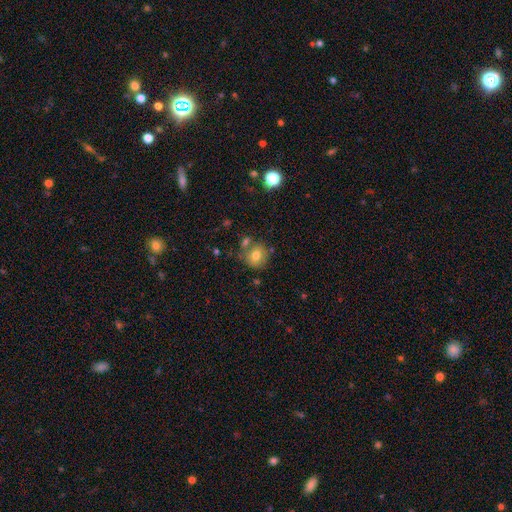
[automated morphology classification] Smooth or featured?
  - smooth: 73% *
  - featured or disk: 16%
  - star or artifact: 11%
How rounded?
  - round: 81% *
  - in between: 18%
  - cigar-shaped: 1%
Merging?
  - none: 62% *
  - merger: 18%
  - minor disturbance: 15%
  - major disturbance: 5%